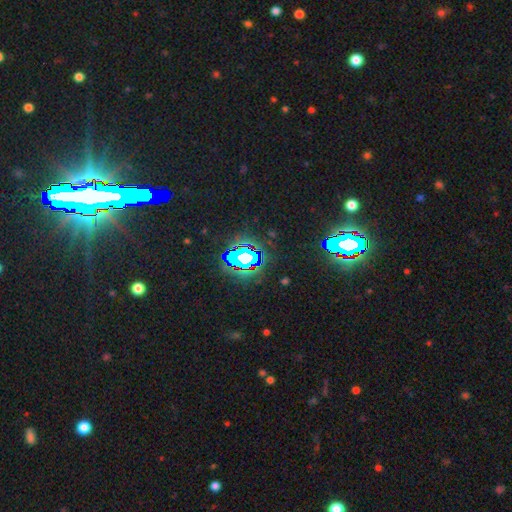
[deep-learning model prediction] Smooth or featured? Predicted: star or artifact (p=0.84).